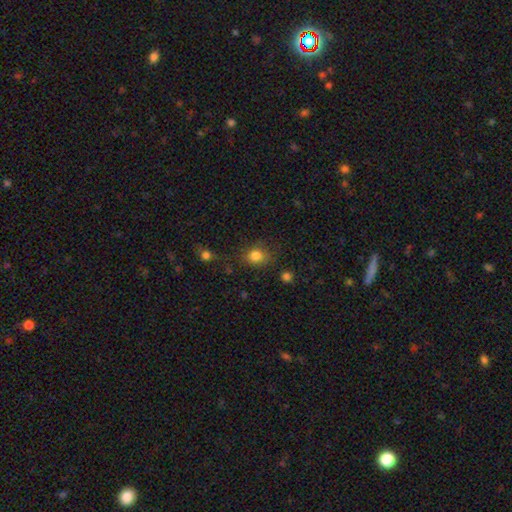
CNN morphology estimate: Smooth or featured: smooth — 82% (star or artifact — 12%)
How rounded: round — 67% (in between — 32%)
Merging: none — 71% (minor disturbance — 17%)